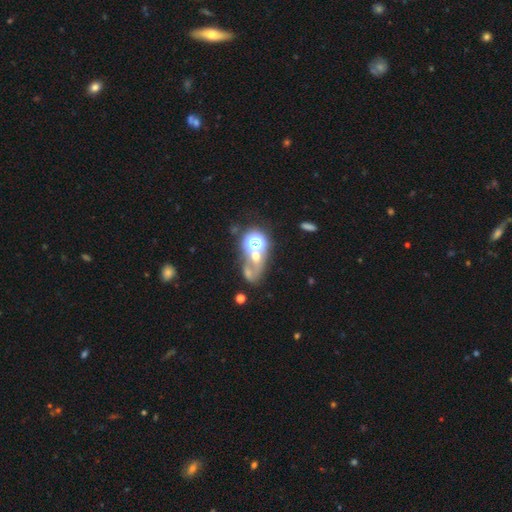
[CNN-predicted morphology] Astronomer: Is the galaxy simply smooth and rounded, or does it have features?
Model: star or artifact — 39% (runner-up: smooth, 35%).